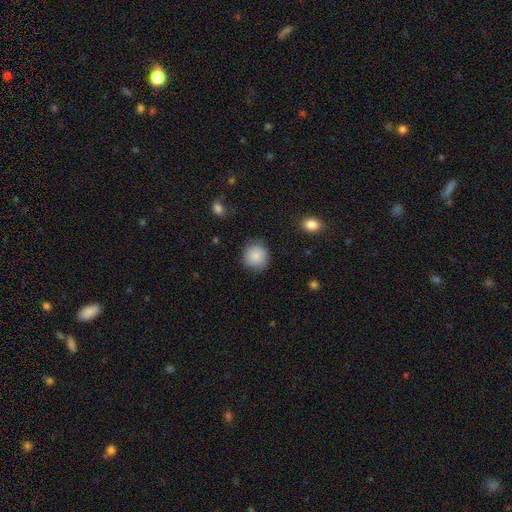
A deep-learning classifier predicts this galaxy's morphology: A smooth galaxy with no disk features (86%) that is round (90%). Merging: none (82%).